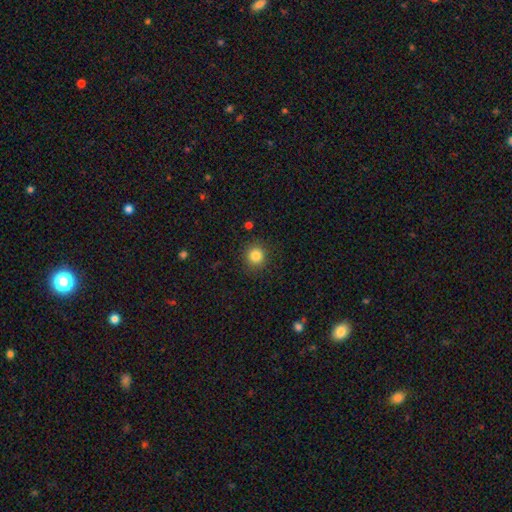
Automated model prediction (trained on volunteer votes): Smooth or featured? Predicted: smooth (p=0.83). How rounded? Predicted: round (p=0.92). Merging? Predicted: none (p=0.89).